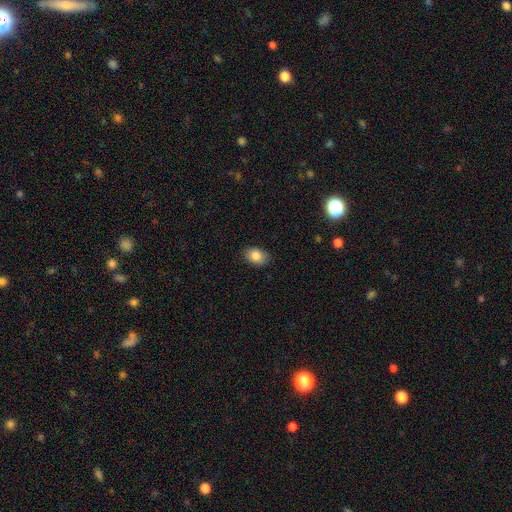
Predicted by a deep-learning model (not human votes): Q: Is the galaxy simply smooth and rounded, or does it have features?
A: smooth — 86%.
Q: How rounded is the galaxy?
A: in between — 74%.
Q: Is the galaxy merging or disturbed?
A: none — 86%.